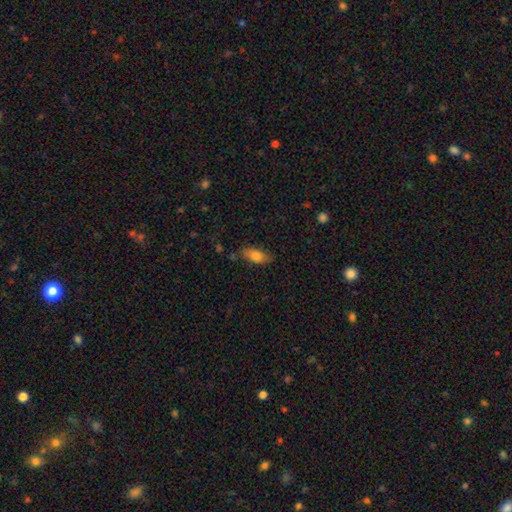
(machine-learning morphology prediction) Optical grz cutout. It shows a smooth galaxy with no disk features (80%) that is in between round and cigar-shaped (86%). Merging: none (75%).